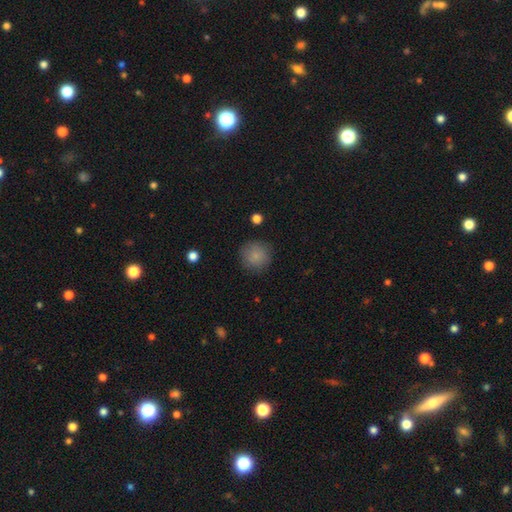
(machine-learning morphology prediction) Overall: smooth (85%). How rounded: round (94%). Merging: none (86%).